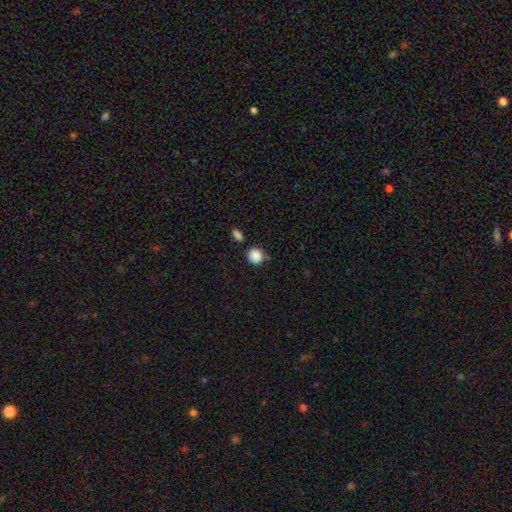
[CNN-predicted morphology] A smooth galaxy with no disk features (88%) that is round (88%). Merging: none (75%).